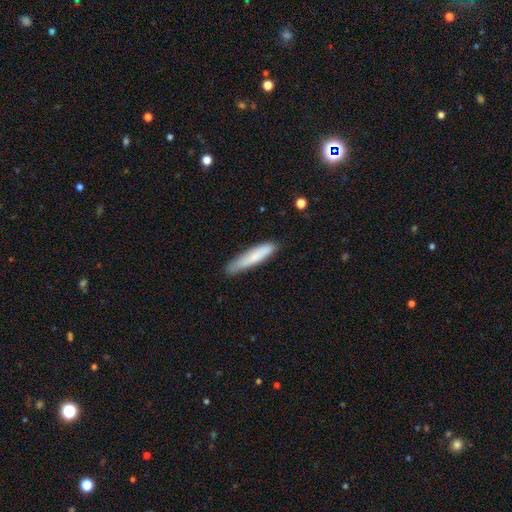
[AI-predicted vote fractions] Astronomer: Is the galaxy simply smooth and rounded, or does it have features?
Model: smooth — 76%.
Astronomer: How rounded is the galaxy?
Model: cigar-shaped — 88%.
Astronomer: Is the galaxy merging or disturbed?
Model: none — 78%.